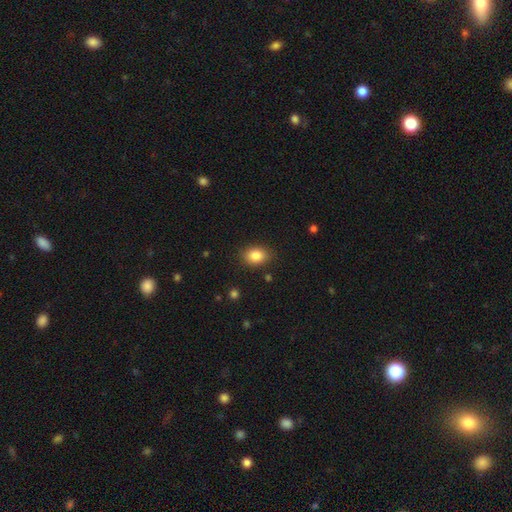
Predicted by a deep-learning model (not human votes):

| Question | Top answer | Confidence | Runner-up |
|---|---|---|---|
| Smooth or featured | smooth | 84% | star or artifact (9%) |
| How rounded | in between | 68% | round (31%) |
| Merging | none | 85% | minor disturbance (11%) |